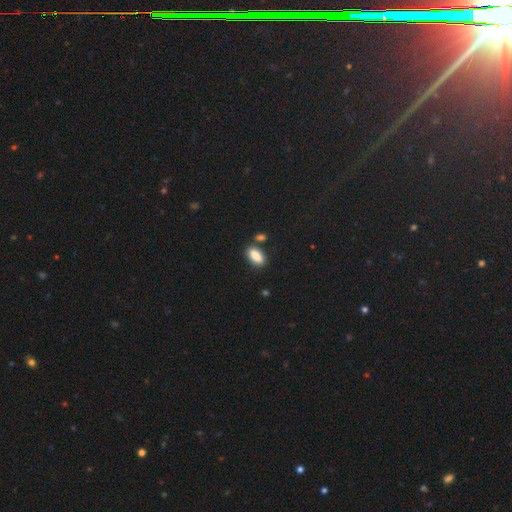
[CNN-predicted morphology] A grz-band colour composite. It shows a smooth galaxy with no disk features (87%) that is in between round and cigar-shaped (87%). Merging: none (73%).